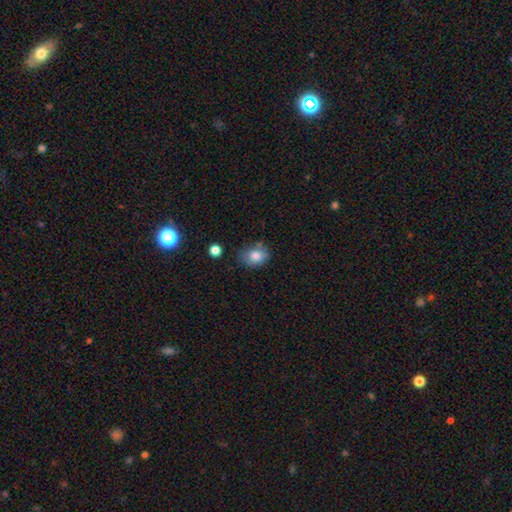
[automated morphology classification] A smooth galaxy with no disk features (81%) that is in between round and cigar-shaped (53%). Merging: none (64%).